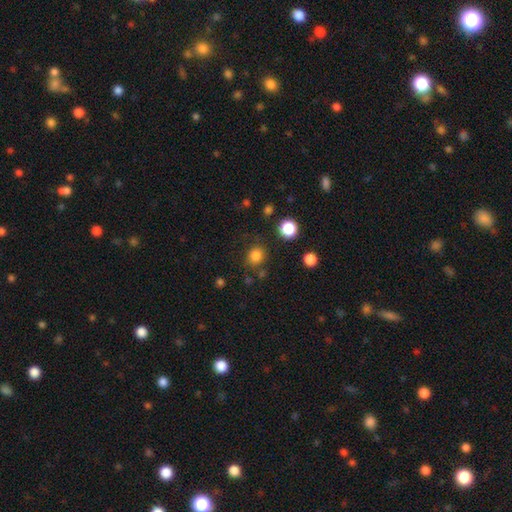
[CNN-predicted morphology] The model was most divided on "how rounded": round: 83%, in between: 16%, cigar-shaped: 1%. More confident: smooth or featured — smooth (82%); merging — none (80%).